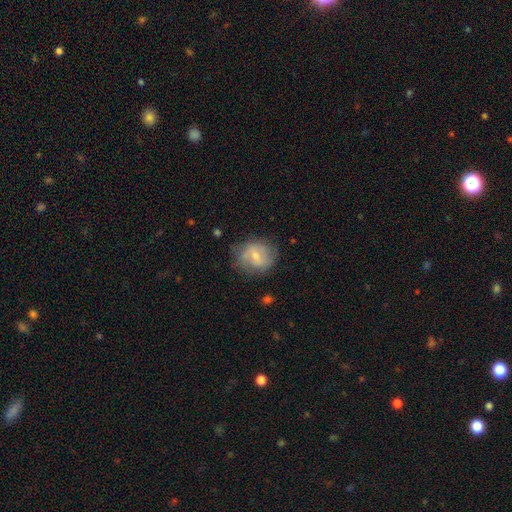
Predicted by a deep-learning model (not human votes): Smooth or featured?
  - smooth: 54% *
  - featured or disk: 38%
  - star or artifact: 7%
How rounded?
  - round: 71% *
  - in between: 28%
  - cigar-shaped: 1%
Merging?
  - none: 67% *
  - minor disturbance: 22%
  - major disturbance: 8%
  - merger: 2%